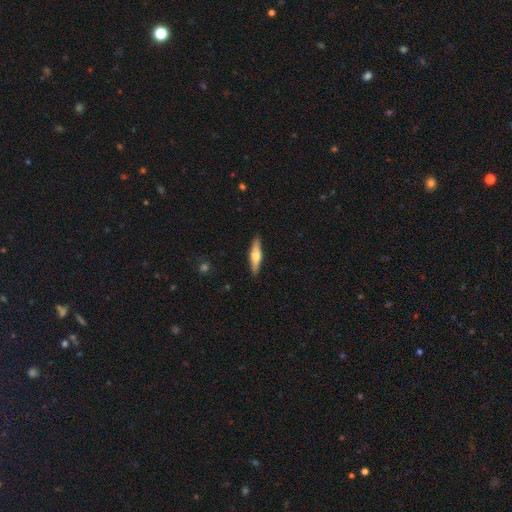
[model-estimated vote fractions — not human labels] smooth 49%, featured or disk 45%, star or artifact 6%. Down the decision tree: merging — none (89%).